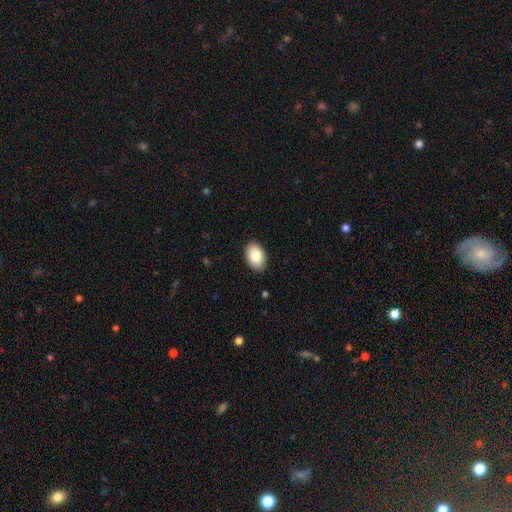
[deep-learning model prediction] Smooth or featured: smooth — 84% (featured or disk — 9%)
How rounded: in between — 89% (round — 10%)
Merging: none — 89% (minor disturbance — 9%)